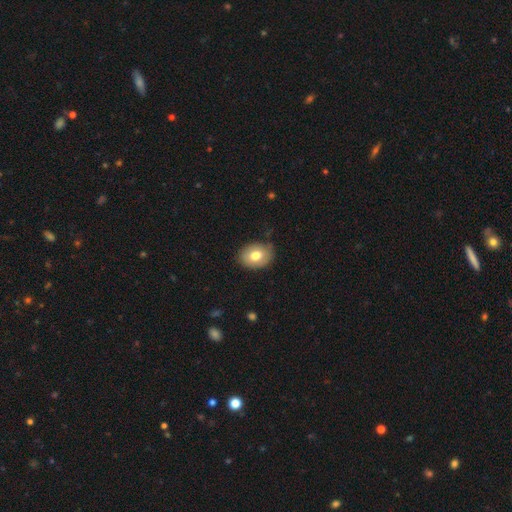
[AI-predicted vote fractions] Smooth or featured?
  - smooth: 74% *
  - featured or disk: 19%
  - star or artifact: 8%
How rounded?
  - in between: 66% *
  - round: 33%
  - cigar-shaped: 1%
Merging?
  - none: 80% *
  - minor disturbance: 16%
  - major disturbance: 3%
  - merger: 1%